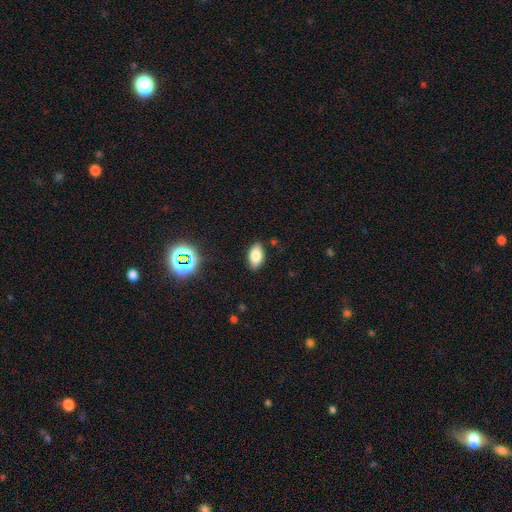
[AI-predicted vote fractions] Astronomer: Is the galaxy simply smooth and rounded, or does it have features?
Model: smooth — 79%.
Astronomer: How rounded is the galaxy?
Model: in between — 92%.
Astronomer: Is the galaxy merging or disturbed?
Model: none — 85%.